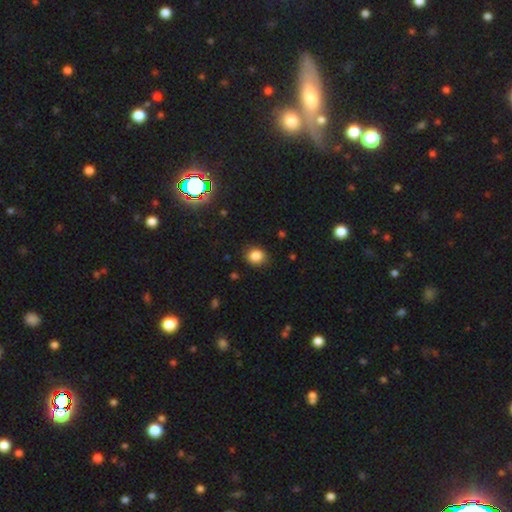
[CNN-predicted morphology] Smooth or featured? Predicted: smooth (p=0.84). How rounded? Predicted: round (p=0.66). Merging? Predicted: none (p=0.86).